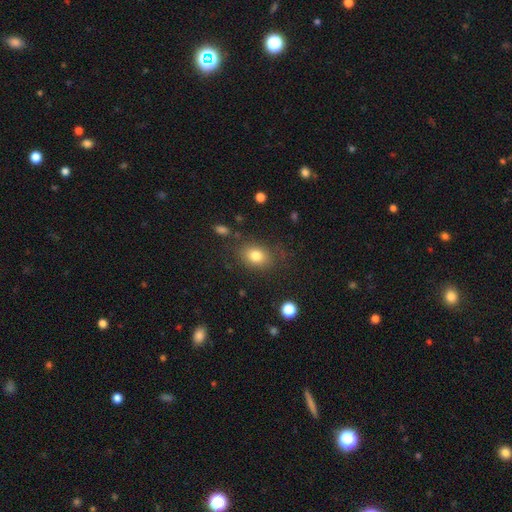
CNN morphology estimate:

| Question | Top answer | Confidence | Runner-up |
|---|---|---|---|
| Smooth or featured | smooth | 81% | star or artifact (10%) |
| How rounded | in between | 68% | round (30%) |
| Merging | none | 78% | minor disturbance (14%) |